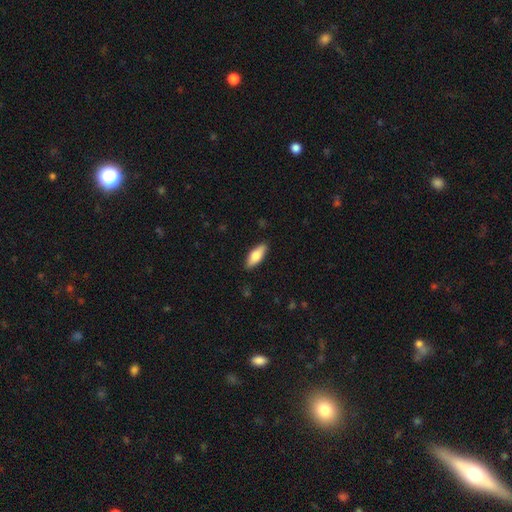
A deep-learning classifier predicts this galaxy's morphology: Overall: smooth (70%). How rounded: in between (69%). Merging: none (88%).